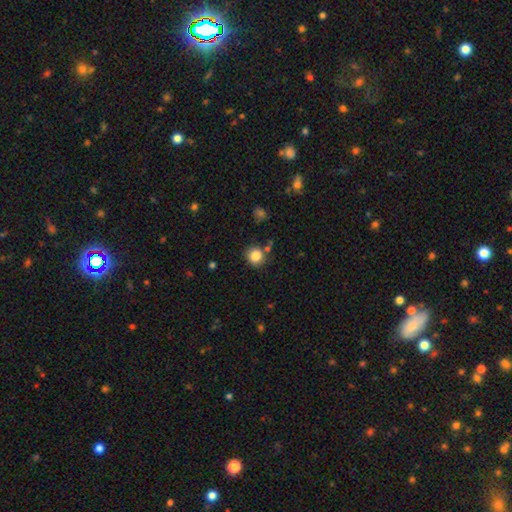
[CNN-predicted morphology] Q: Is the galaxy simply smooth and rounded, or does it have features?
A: smooth — 84%.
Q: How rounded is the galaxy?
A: round — 89%.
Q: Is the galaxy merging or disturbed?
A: none — 80%.